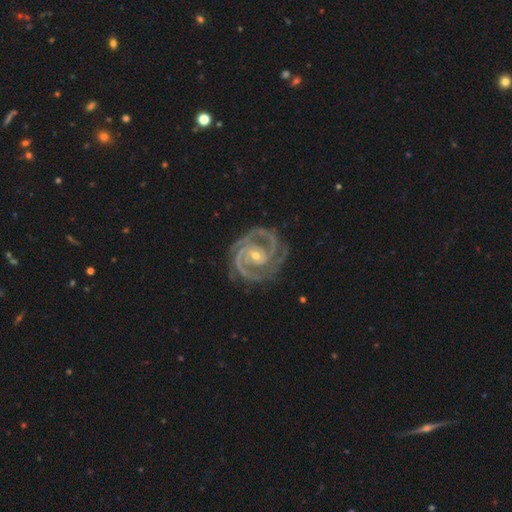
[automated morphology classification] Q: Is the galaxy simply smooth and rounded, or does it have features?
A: featured or disk — 93%.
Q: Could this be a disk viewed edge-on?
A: no — 98%.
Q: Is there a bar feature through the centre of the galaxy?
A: no — 54%.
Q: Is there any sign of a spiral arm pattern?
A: yes — 99%.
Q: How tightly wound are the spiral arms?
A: tight — 68%.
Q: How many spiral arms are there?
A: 2 — 50%.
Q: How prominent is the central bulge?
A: small — 63%.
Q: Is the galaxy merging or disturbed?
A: none — 76%.